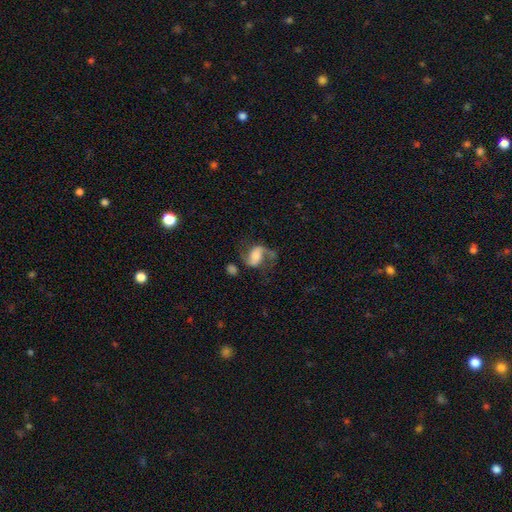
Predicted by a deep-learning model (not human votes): Smooth or featured: featured or disk — 77% (smooth — 16%)
Edge-on disk: no — 97% (yes — 3%)
Bar: weak — 37% (no — 35%)
Spiral arms: yes — 93% (no — 7%)
Spiral winding: loose — 55% (medium — 37%)
Spiral arm count: 2 — 89% (1 — 5%)
Bulge size: moderate — 33% (small — 26%)
Merging: none — 58% (major disturbance — 18%)